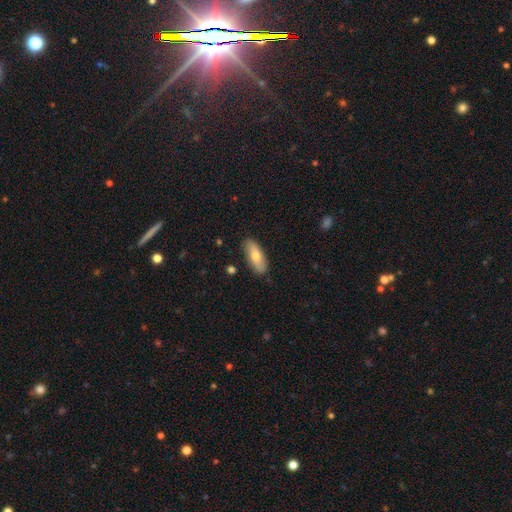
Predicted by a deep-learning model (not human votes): Smooth or featured?
  - smooth: 67% *
  - featured or disk: 27%
  - star or artifact: 6%
How rounded?
  - in between: 74% *
  - cigar-shaped: 24%
  - round: 3%
Merging?
  - none: 85% *
  - minor disturbance: 11%
  - major disturbance: 2%
  - merger: 1%